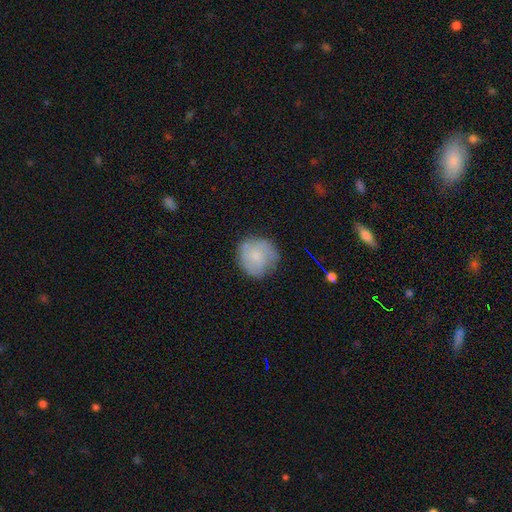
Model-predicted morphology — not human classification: A smooth galaxy with no disk features (59%) that is round (89%). Merging: none (70%).